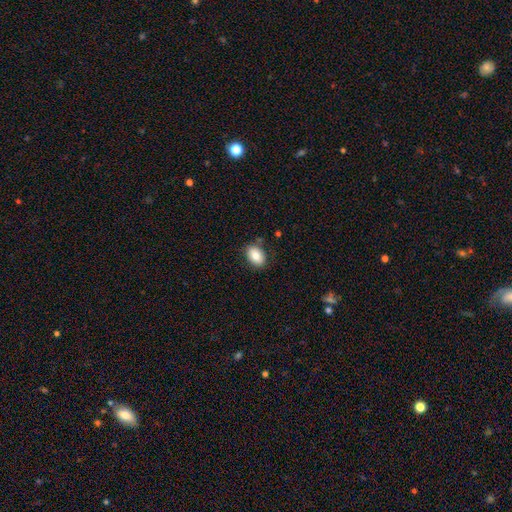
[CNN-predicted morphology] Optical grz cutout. It shows a smooth galaxy with no disk features (81%) that is in between round and cigar-shaped (80%). Merging: none (83%).